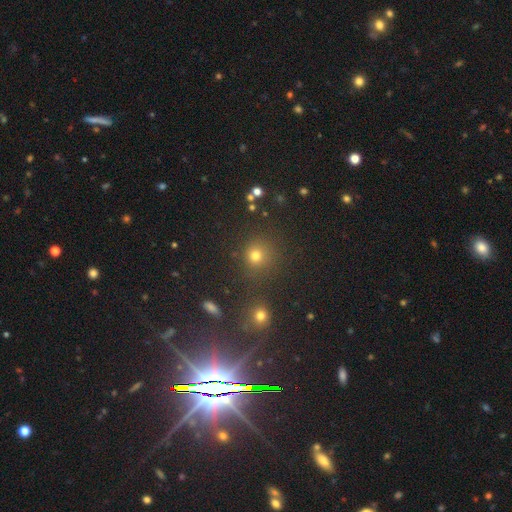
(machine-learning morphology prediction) The model was most divided on "smooth or featured": smooth: 68%, star or artifact: 26%, featured or disk: 7%. More confident: how rounded — round (90%); merging — none (81%).